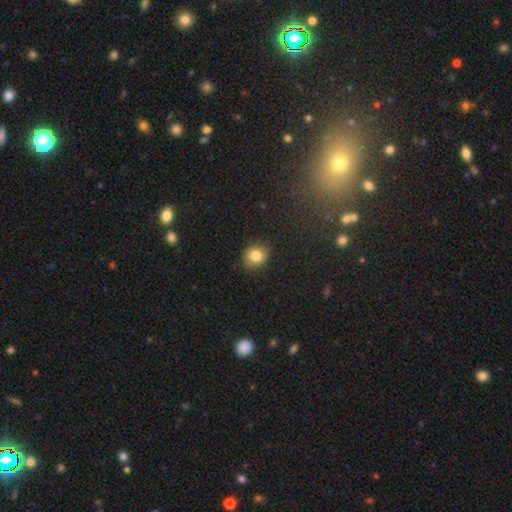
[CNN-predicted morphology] This appears to be a smooth galaxy with no disk features (82%) that is round (73%). Merging: none (88%).